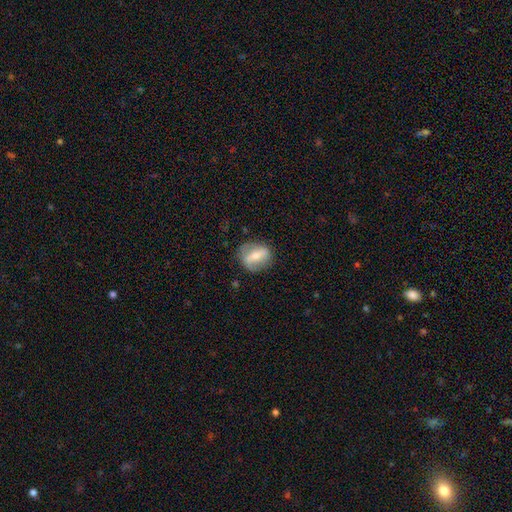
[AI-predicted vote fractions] This is possibly a featured or disk galaxy (56%). It is clearly not viewed edge-on (88%). Merging: likely none (74%).